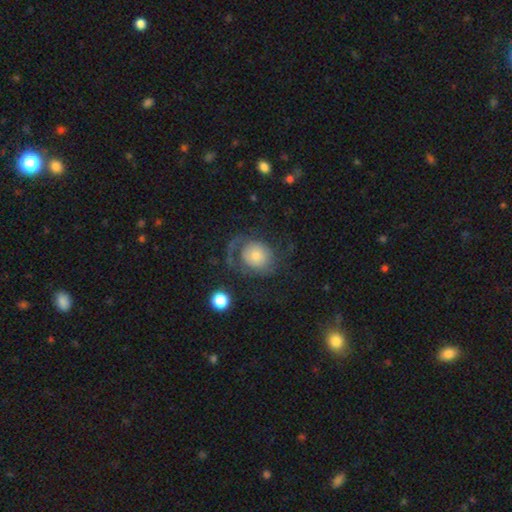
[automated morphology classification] Smooth or featured? featured or disk (50%)
Edge-on disk? no (96%)
Merging? none (48%)